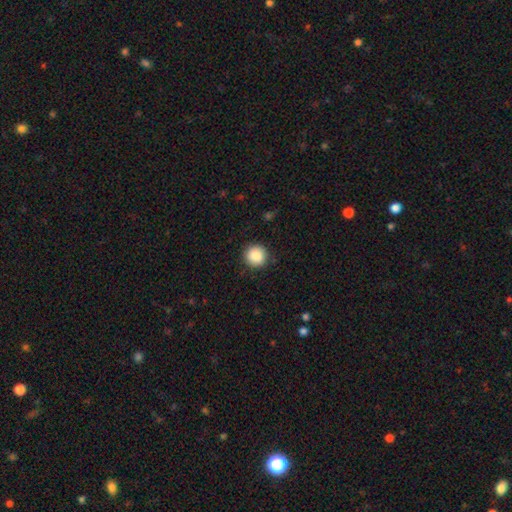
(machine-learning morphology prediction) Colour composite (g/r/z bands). It shows a smooth galaxy with no disk features (88%) that is round (94%). Merging: none (90%).